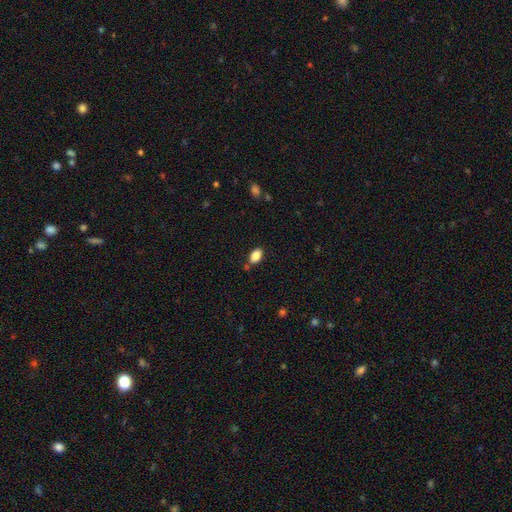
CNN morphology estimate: smooth_or_featured: smooth (p=0.86) [alt: star or artifact p=0.08]
how_rounded: in between (p=0.91) [alt: round p=0.06]
merging: none (p=0.76) [alt: minor disturbance p=0.15]